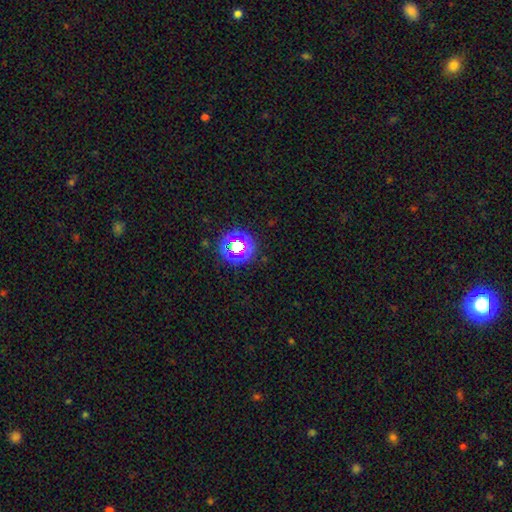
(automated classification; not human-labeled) Overall: star or artifact (56%; smooth 37%).